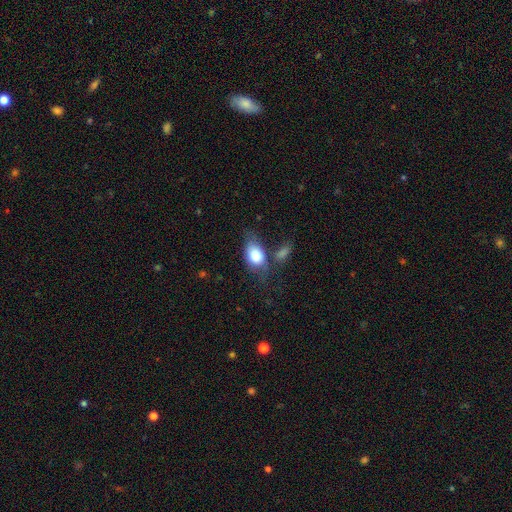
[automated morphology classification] This appears to be a smooth galaxy with no disk features (78%) that is in between round and cigar-shaped (82%). Merging: none (39%).